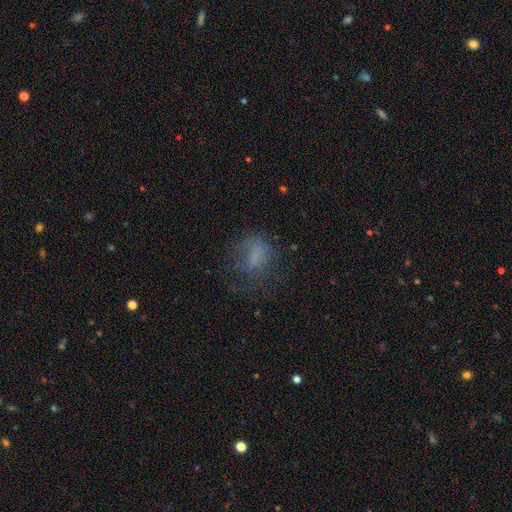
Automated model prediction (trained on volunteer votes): A smooth galaxy with no disk features (55%) that is in between round and cigar-shaped (54%).

Vote fractions:
- Smooth or featured? smooth: 55% / featured or disk: 26% / star or artifact: 19%
- How rounded? in between: 54% / round: 43% / cigar-shaped: 3%
- Merging? none: 44% / major disturbance: 33% / minor disturbance: 21% / merger: 2%